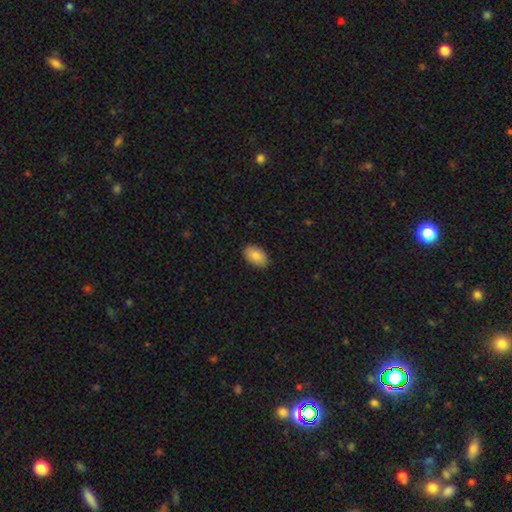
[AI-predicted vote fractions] Overall: smooth (85%). How rounded: in between (91%). Merging: none (88%).